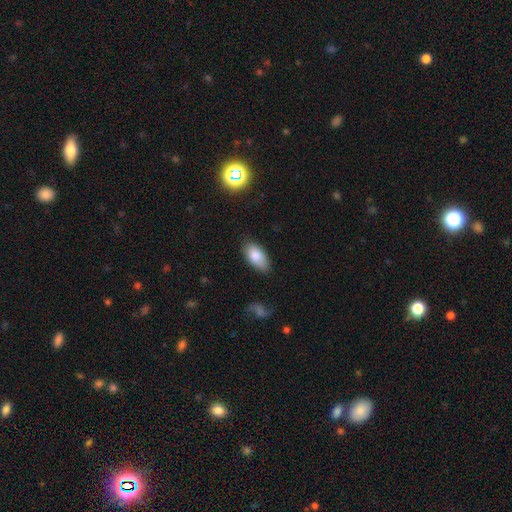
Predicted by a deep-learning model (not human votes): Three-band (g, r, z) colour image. It shows a smooth galaxy with no disk features (82%) that is in between round and cigar-shaped (92%). Merging: none (78%).